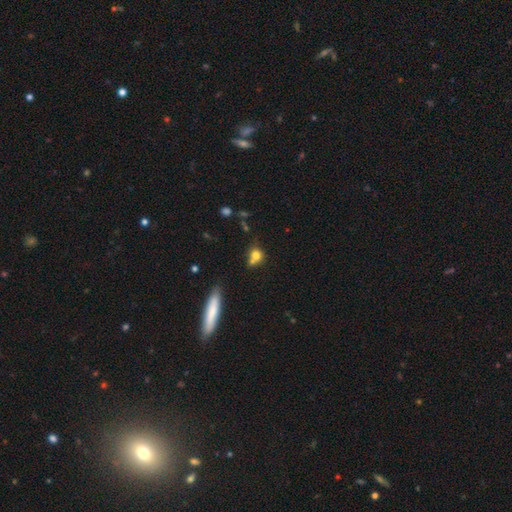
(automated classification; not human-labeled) A smooth galaxy with no disk features (76%) that is round (72%).

Vote fractions:
- Smooth or featured? smooth: 76% / featured or disk: 12% / star or artifact: 12%
- How rounded? round: 72% / in between: 25% / cigar-shaped: 3%
- Merging? none: 46% / merger: 35% / minor disturbance: 14% / major disturbance: 6%